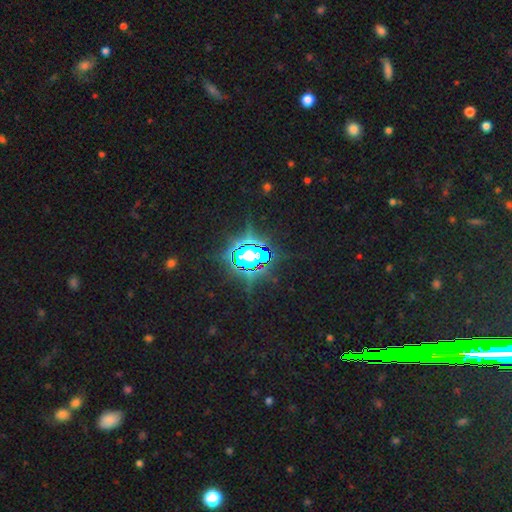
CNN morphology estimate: This appears to be a star or artifact, not a galaxy (81%).